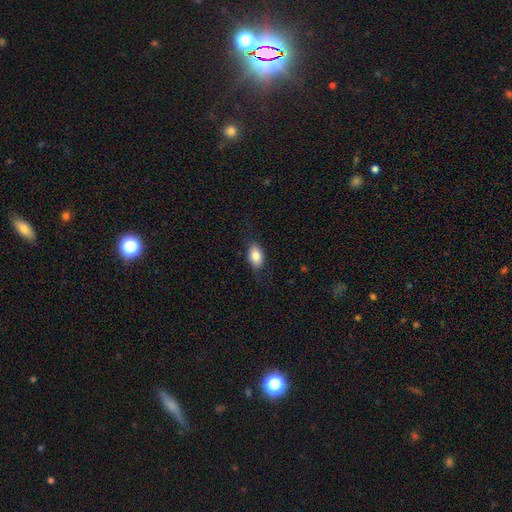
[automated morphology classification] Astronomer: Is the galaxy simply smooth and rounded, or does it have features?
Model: smooth — 83%.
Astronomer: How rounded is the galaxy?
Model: in between — 88%.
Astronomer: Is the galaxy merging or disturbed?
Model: none — 78%.